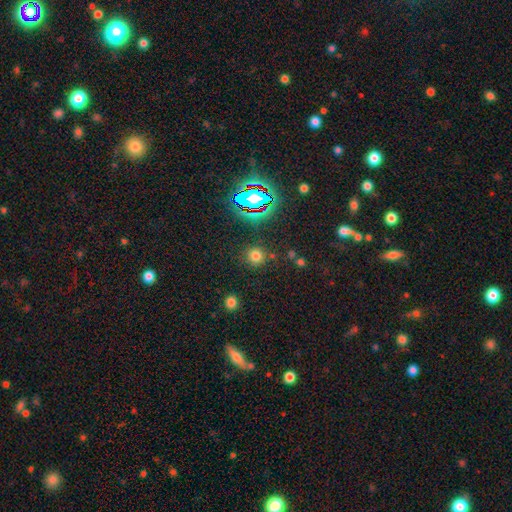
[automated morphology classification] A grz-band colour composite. It shows a smooth galaxy with no disk features (70%) that is round (92%). Merging: none (86%).